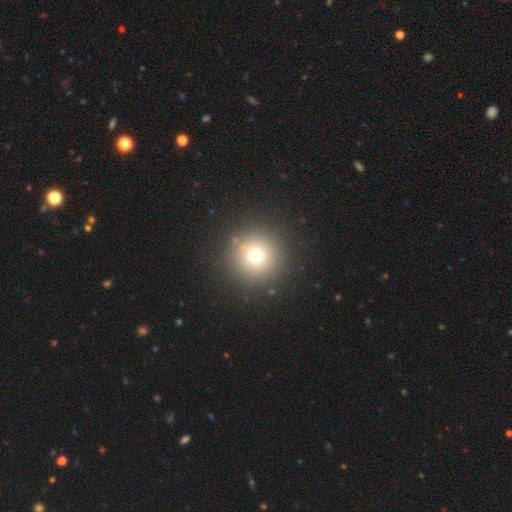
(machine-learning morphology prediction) Smooth or featured? smooth (71%)
How rounded? round (96%)
Merging? none (88%)